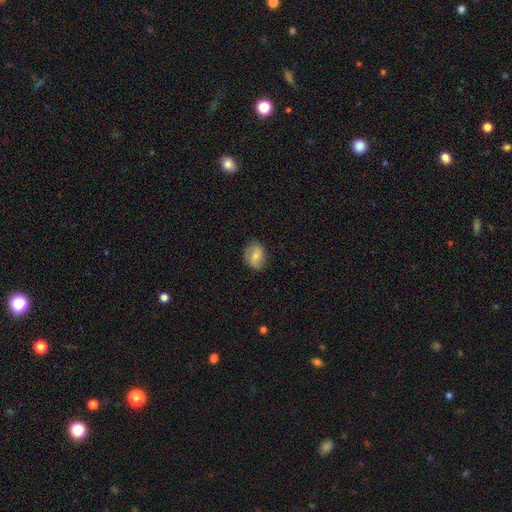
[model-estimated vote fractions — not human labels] Smooth or featured? Predicted: smooth (p=0.60). How rounded? Predicted: round (p=0.50). Merging? Predicted: none (p=0.76).